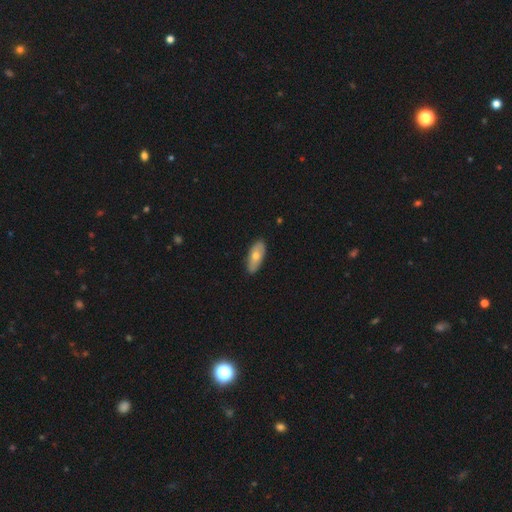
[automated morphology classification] Smooth or featured? Predicted: smooth (p=0.67). How rounded? Predicted: in between (p=0.79). Merging? Predicted: none (p=0.87).